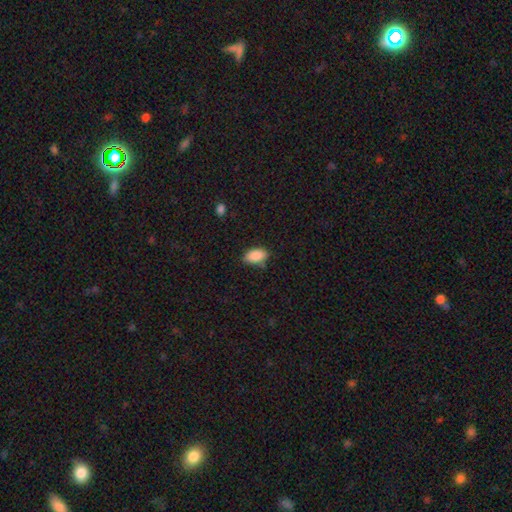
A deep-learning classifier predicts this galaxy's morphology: smooth-or-featured: smooth: 89% | star or artifact: 7% | featured or disk: 4%
  how-rounded: in between: 93% | round: 5% | cigar-shaped: 2%
  merging: none: 80% | minor disturbance: 15% | major disturbance: 3% | merger: 2%